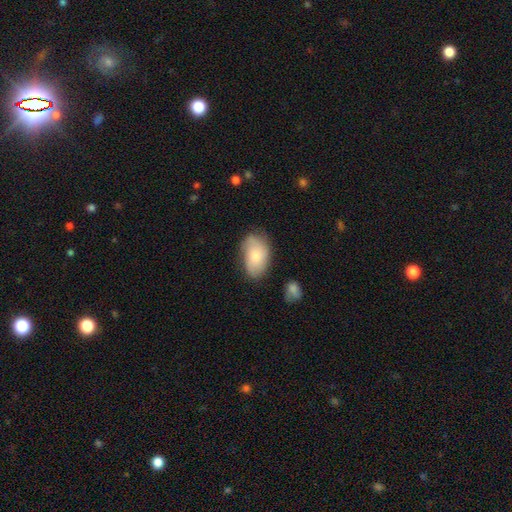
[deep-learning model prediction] This is likely a smooth galaxy (72%). How rounded: clearly in between (91%). Merging: likely none (64%).